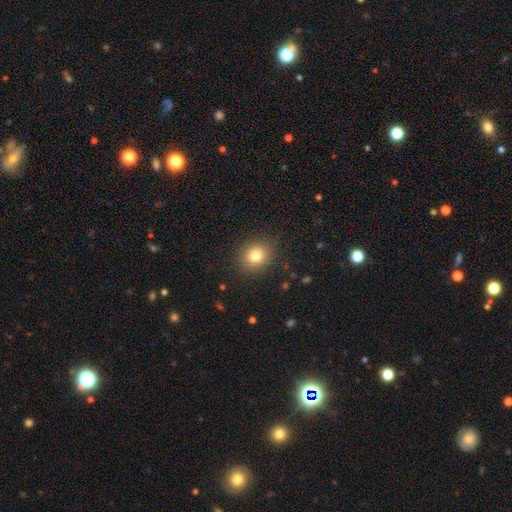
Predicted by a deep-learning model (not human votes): Morphology: type=smooth (80%); roundness=round (76%); merging=none (89%).